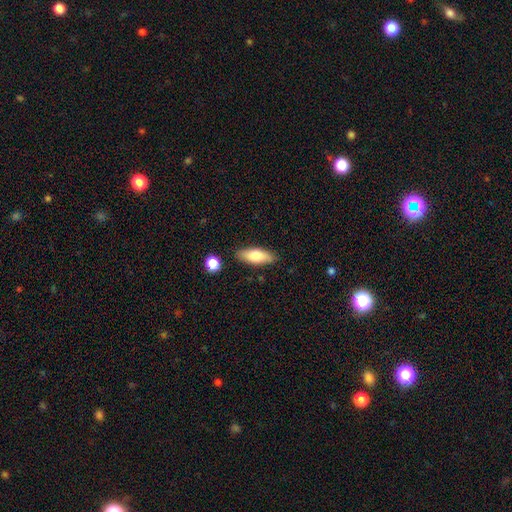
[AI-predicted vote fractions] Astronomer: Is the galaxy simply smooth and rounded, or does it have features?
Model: smooth — 75%.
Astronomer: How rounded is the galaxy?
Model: in between — 72%.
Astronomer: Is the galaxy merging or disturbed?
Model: none — 84%.